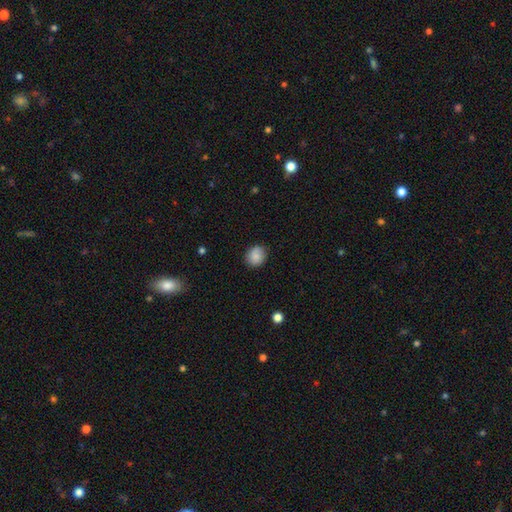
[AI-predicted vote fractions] Smooth or featured? smooth (84%)
How rounded? round (75%)
Merging? none (84%)